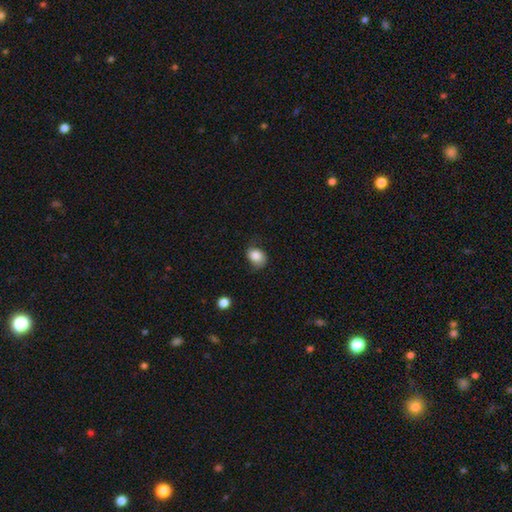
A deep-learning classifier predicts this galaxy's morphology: Smooth or featured? smooth (84%)
How rounded? in between (55%)
Merging? none (62%)